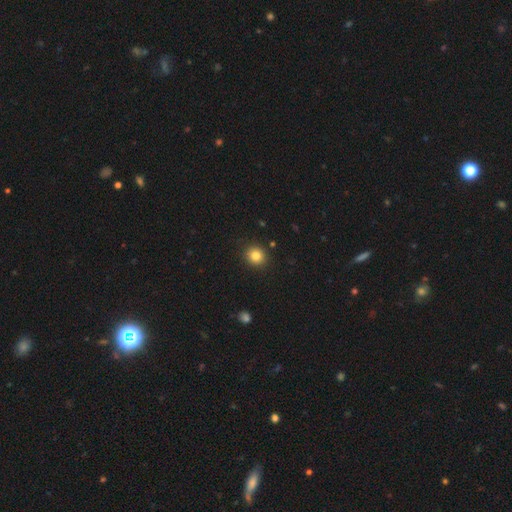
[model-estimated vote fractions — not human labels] Smooth or featured? smooth (84%)
How rounded? round (87%)
Merging? none (90%)